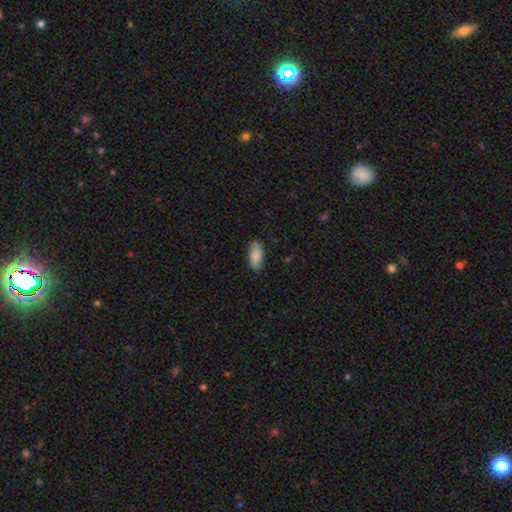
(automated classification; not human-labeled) This is likely a smooth galaxy (77%). How rounded: clearly in between (88%). Merging: clearly none (81%).